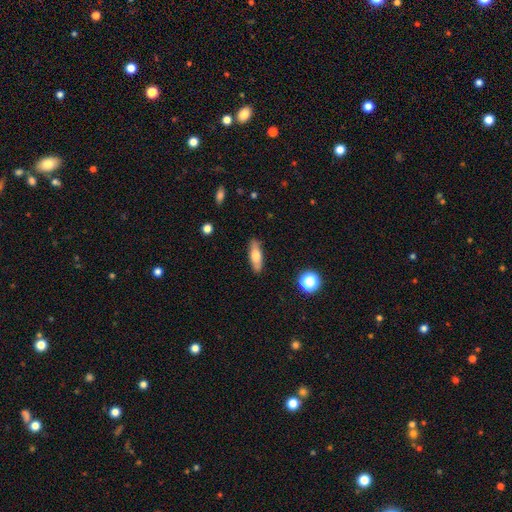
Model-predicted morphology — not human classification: Smooth or featured? smooth (63%)
How rounded? in between (49%)
Merging? none (87%)